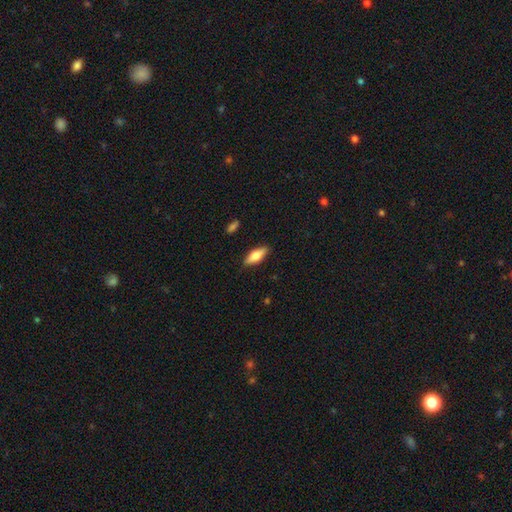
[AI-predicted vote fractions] Smooth or featured? Predicted: smooth (p=0.61). How rounded? Predicted: in between (p=0.64). Merging? Predicted: none (p=0.87).